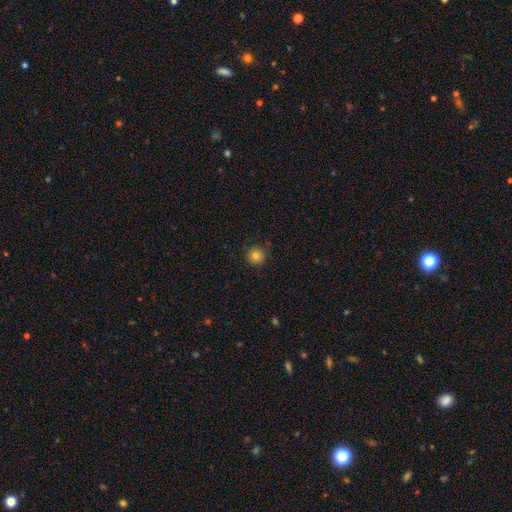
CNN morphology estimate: The model was most divided on "smooth or featured": smooth: 79%, star or artifact: 12%, featured or disk: 9%. More confident: how rounded — round (95%); merging — none (87%).